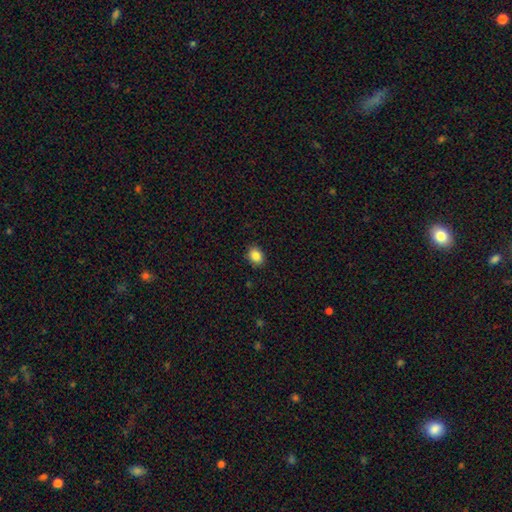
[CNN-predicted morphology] A smooth galaxy with no disk features (86%) that is in between round and cigar-shaped (58%).

Vote fractions:
- Smooth or featured? smooth: 86% / star or artifact: 9% / featured or disk: 5%
- How rounded? in between: 58% / round: 41% / cigar-shaped: 1%
- Merging? none: 89% / minor disturbance: 8% / major disturbance: 2% / merger: 1%